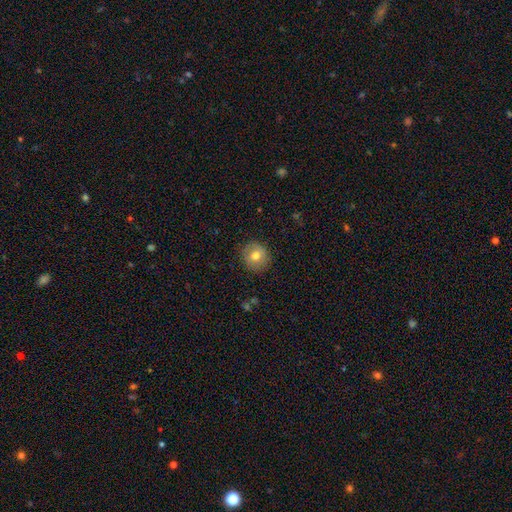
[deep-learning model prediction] A smooth galaxy with no disk features (72%) that is round (90%). Merging: none (87%).